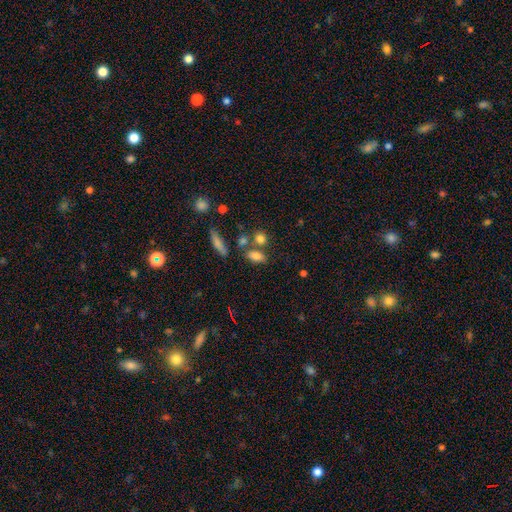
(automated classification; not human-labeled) smooth-or-featured: smooth: 79% | star or artifact: 11% | featured or disk: 10%
  how-rounded: in between: 76% | round: 14% | cigar-shaped: 10%
  merging: none: 61% | merger: 21% | minor disturbance: 13% | major disturbance: 5%